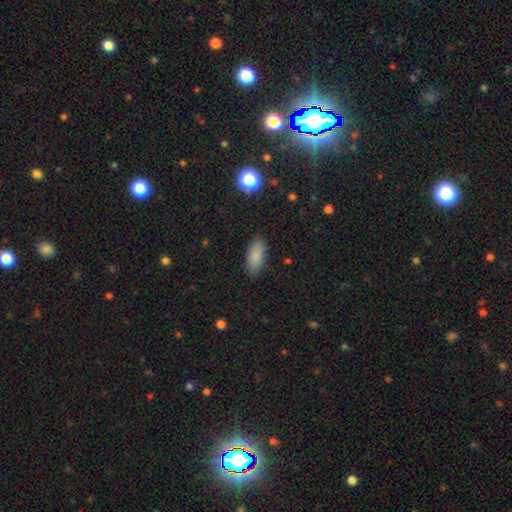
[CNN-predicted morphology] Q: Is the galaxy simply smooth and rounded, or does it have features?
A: smooth — 86%.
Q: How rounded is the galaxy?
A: in between — 84%.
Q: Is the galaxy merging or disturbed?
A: none — 86%.